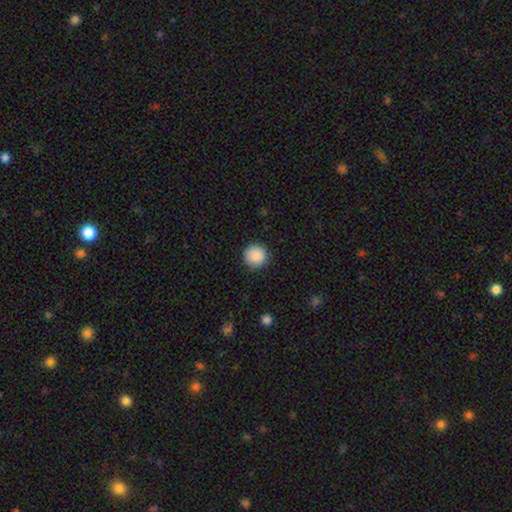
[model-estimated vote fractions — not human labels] smooth 89%, star or artifact 8%, featured or disk 3%. Down the decision tree: how rounded — round (95%); merging — none (91%).